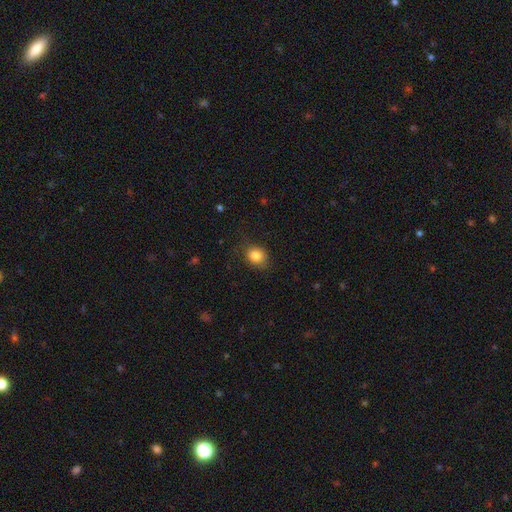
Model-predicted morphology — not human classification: This appears to be a smooth galaxy with no disk features (83%) that is round (65%). Merging: none (79%).